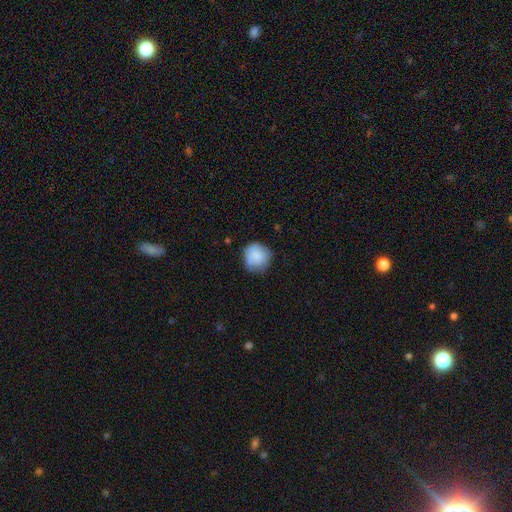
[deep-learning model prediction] Q: Smooth or featured?
A: smooth (83%); runner-up: featured or disk (10%)
Q: How rounded?
A: round (90%); runner-up: in between (9%)
Q: Merging?
A: none (68%); runner-up: minor disturbance (25%)